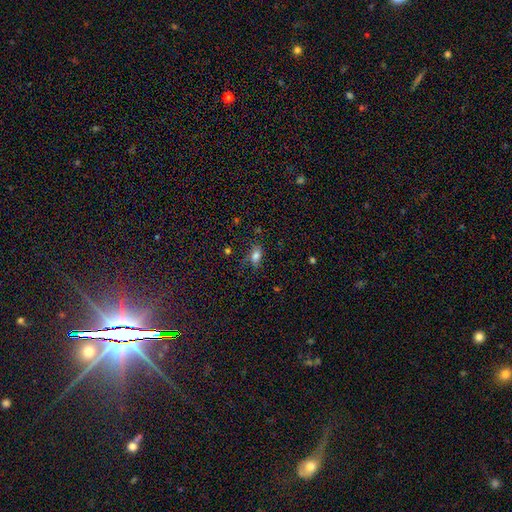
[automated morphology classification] smooth_or_featured: smooth (p=0.77) [alt: star or artifact p=0.13]
how_rounded: in between (p=0.82) [alt: round p=0.12]
merging: none (p=0.61) [alt: minor disturbance p=0.25]